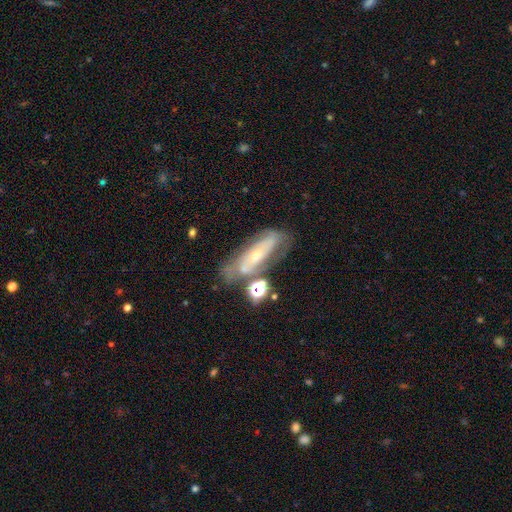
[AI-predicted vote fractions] Overall: featured or disk (62%; smooth 27%). Edge-on disk: no (79%). Merging: none (50%; minor disturbance 21%).